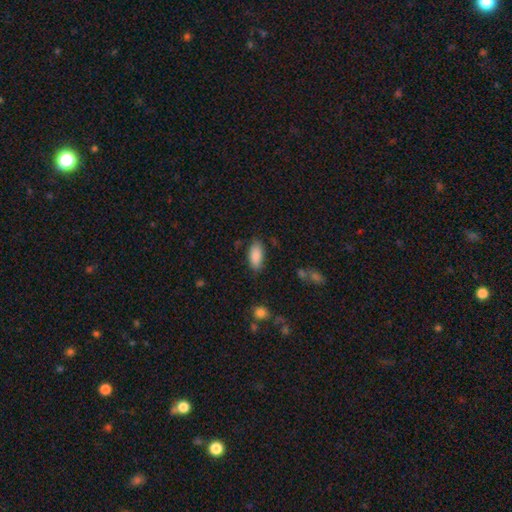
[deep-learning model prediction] smooth 87%, star or artifact 7%, featured or disk 6%. Down the decision tree: how rounded — in between (90%); merging — none (82%).